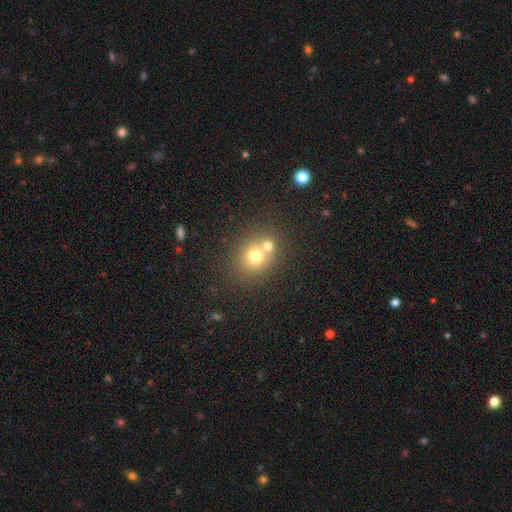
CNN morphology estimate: smooth_or_featured: smooth (p=0.70) [alt: featured or disk p=0.16]
how_rounded: round (p=0.74) [alt: in between p=0.25]
merging: none (p=0.45) [alt: merger p=0.44]